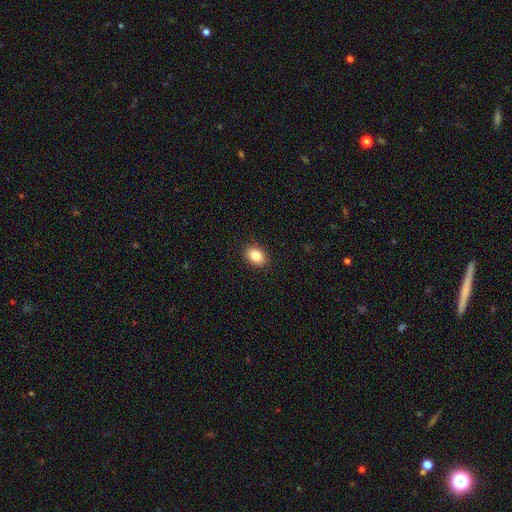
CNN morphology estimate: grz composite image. It shows a smooth galaxy with no disk features (86%) that is in between round and cigar-shaped (78%). Merging: none (90%).